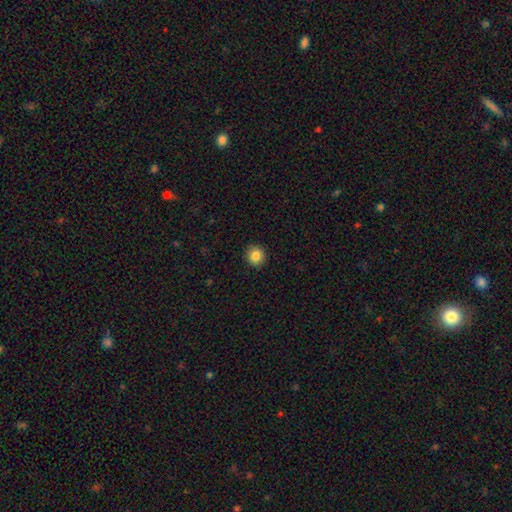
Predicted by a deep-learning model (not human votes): Overall: smooth (86%). How rounded: round (90%). Merging: none (91%).